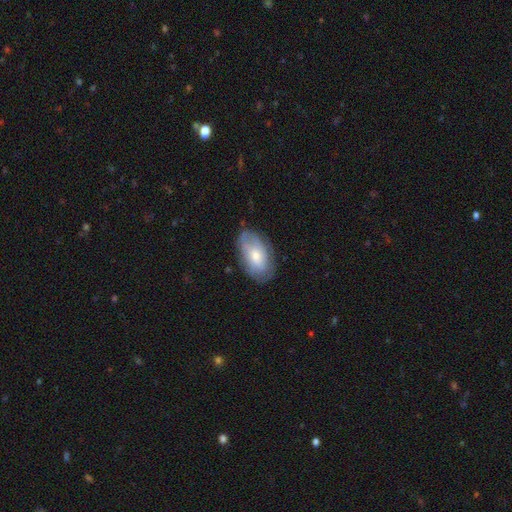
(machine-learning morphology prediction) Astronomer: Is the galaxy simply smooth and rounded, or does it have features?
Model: smooth — 55% (runner-up: featured or disk, 39%).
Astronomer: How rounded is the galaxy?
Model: in between — 93%.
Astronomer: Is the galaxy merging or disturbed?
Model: none — 71%.